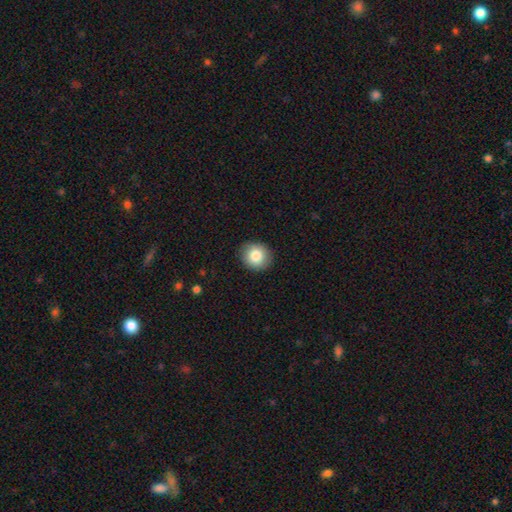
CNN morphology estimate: A smooth galaxy with no disk features (84%) that is round (83%).

Vote fractions:
- Smooth or featured? smooth: 84% / star or artifact: 8% / featured or disk: 8%
- How rounded? round: 83% / in between: 16% / cigar-shaped: 1%
- Merging? none: 90% / minor disturbance: 7% / major disturbance: 2% / merger: 1%